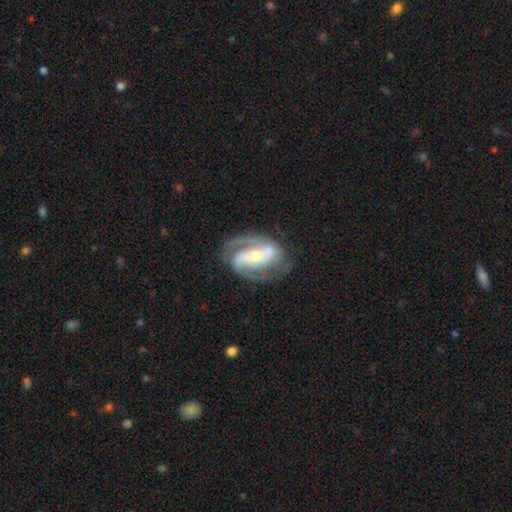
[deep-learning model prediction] A featured or disk galaxy (90%) with a strong bar (44%), 2 (84%) medium (49%) spiral arms (96%) and a moderate central bulge (49%).

Vote fractions:
- Smooth or featured? featured or disk: 90% / smooth: 6% / star or artifact: 4%
- Edge-on disk? no: 97% / yes: 3%
- Bar? strong: 44% / weak: 30% / no: 26%
- Spiral arms? yes: 96% / no: 4%
- Spiral winding? medium: 49% / tight: 37% / loose: 13%
- Spiral arm count? 2: 84% / 3: 6% / can't tell: 4% / 1: 3% / 4: 1% / more than 4: 1%
- Bulge size? moderate: 49% / small: 46% / large: 3% / none: 1% / dominant: 1%
- Merging? none: 74% / minor disturbance: 16% / major disturbance: 8% / merger: 2%